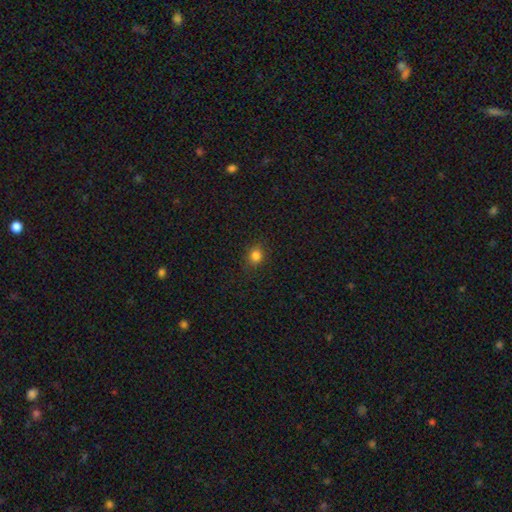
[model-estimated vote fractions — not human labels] Smooth or featured: smooth — 82% (star or artifact — 13%)
How rounded: round — 76% (in between — 23%)
Merging: none — 88% (minor disturbance — 9%)